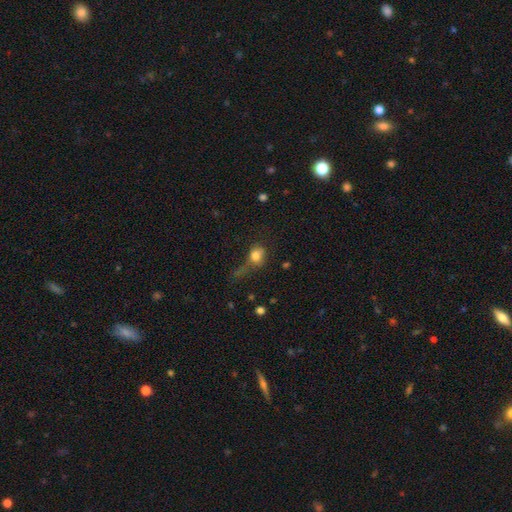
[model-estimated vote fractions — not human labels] This appears to be a smooth galaxy with no disk features (77%) that is round (53%). Merging: major disturbance (34%).